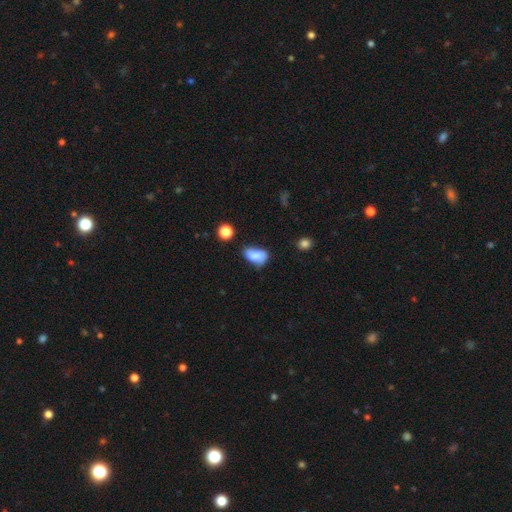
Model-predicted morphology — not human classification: This is likely a smooth galaxy (69%). How rounded: clearly in between (86%). Merging: marginally none (42%).